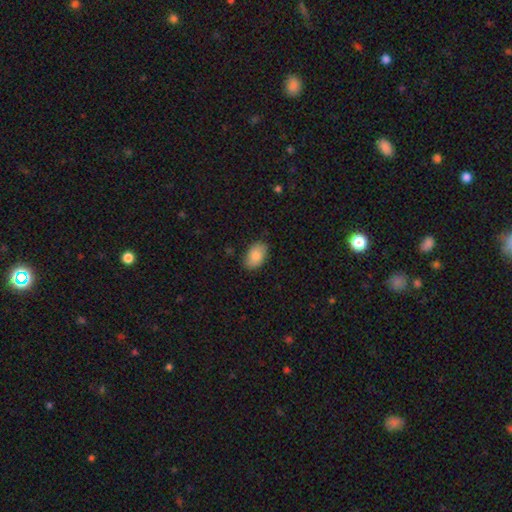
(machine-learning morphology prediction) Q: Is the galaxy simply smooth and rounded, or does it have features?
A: smooth — 85%.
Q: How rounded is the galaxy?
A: in between — 90%.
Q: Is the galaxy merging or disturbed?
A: none — 83%.